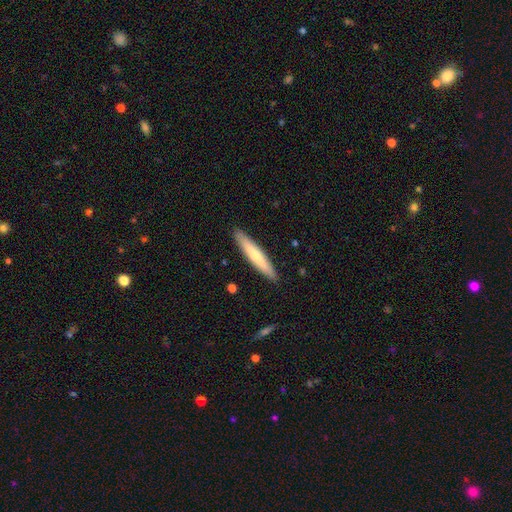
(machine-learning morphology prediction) smooth-or-featured: smooth: 63% | featured or disk: 32% | star or artifact: 5%
  how-rounded: cigar-shaped: 93% | in between: 6% | round: 1%
  merging: none: 91% | minor disturbance: 7% | major disturbance: 1% | merger: 1%